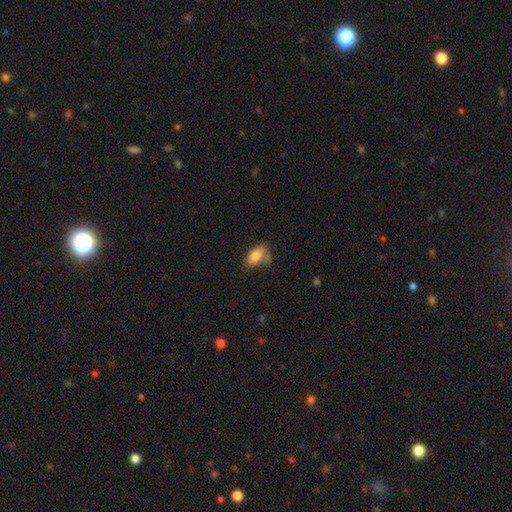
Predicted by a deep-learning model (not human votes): Smooth or featured: smooth — 81% (featured or disk — 11%)
How rounded: in between — 89% (cigar-shaped — 7%)
Merging: none — 54% (minor disturbance — 25%)